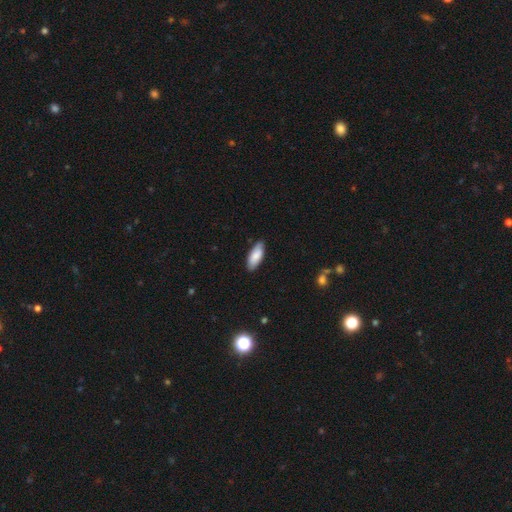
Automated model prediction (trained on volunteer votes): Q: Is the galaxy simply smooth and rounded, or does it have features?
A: smooth — 83%.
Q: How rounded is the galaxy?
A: in between — 76%.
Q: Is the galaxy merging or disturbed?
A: none — 84%.